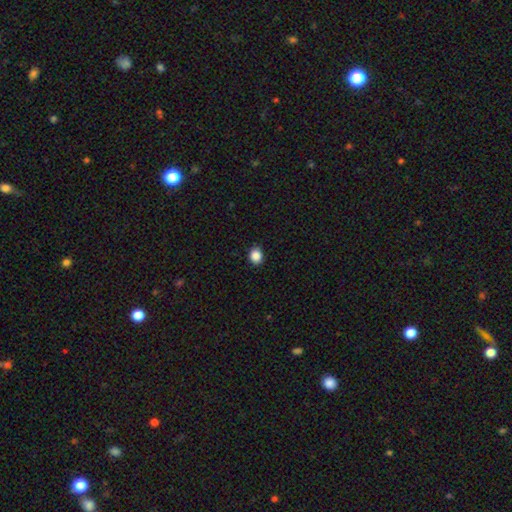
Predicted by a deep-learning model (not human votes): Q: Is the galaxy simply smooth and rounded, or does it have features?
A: smooth — 87%.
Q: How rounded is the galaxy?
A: round — 65%.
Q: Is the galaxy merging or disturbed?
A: none — 90%.